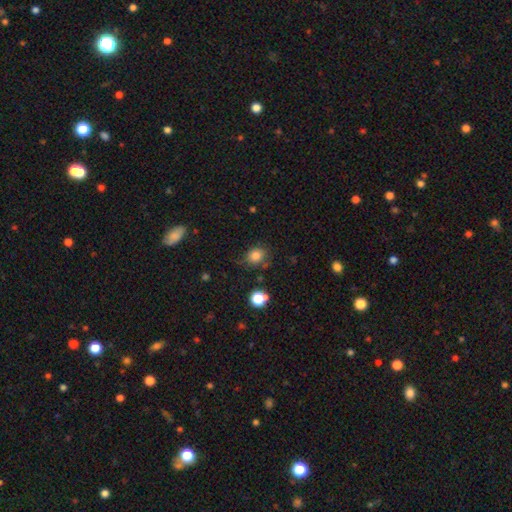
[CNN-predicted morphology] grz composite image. It shows a smooth galaxy with no disk features (81%) that is round (69%). Merging: none (72%).